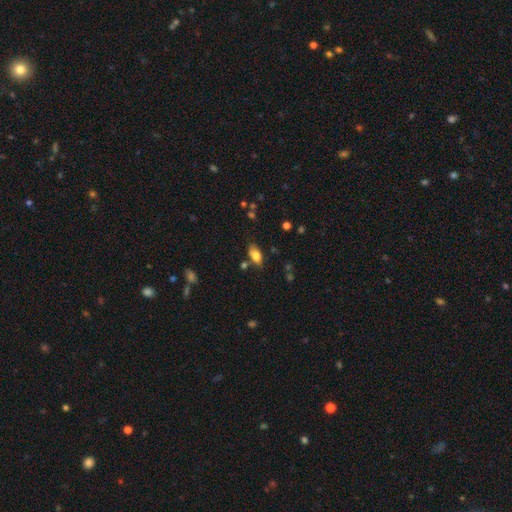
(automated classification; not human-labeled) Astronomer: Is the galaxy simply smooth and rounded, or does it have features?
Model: smooth — 79%.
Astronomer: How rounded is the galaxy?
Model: in between — 89%.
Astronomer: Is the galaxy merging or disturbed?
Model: none — 73%.